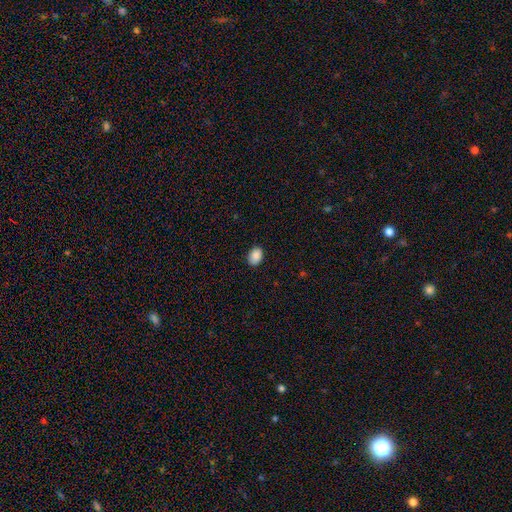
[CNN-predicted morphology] Smooth or featured? Predicted: smooth (p=0.89). How rounded? Predicted: in between (p=0.79). Merging? Predicted: none (p=0.85).